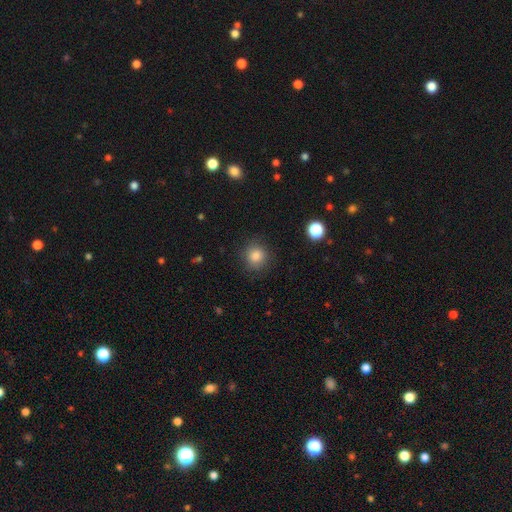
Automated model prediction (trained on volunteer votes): This is clearly a smooth galaxy (83%). How rounded: clearly round (88%). Merging: clearly none (86%).